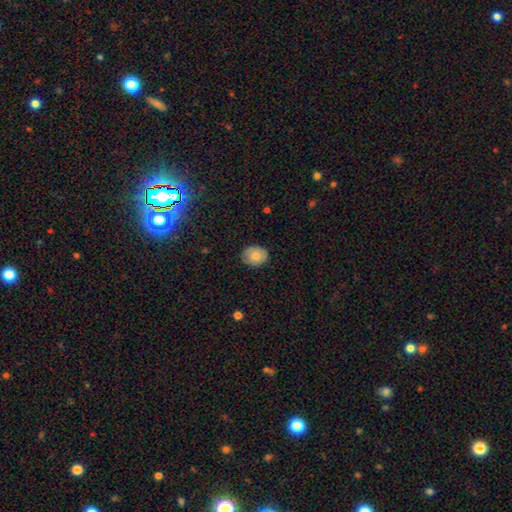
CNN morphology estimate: This is likely a smooth galaxy (77%). How rounded: possibly in between (50%). Merging: clearly none (82%).